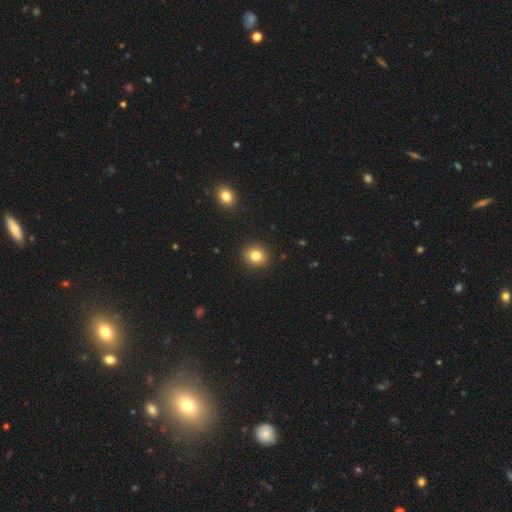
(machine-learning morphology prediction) Smooth or featured? Predicted: smooth (p=0.81). How rounded? Predicted: round (p=0.79). Merging? Predicted: none (p=0.91).